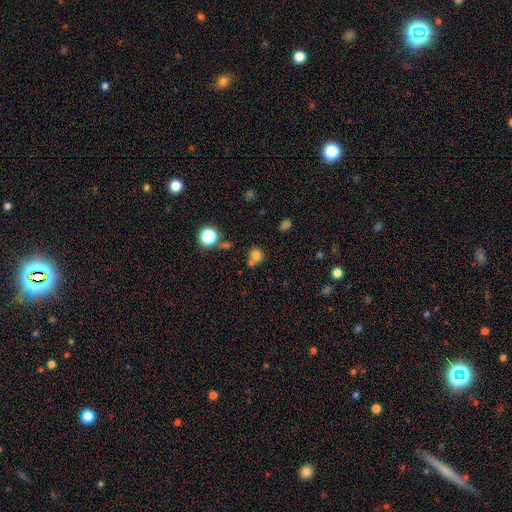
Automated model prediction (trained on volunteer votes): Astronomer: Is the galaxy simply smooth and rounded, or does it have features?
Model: smooth — 75%.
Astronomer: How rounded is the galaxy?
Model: round — 82%.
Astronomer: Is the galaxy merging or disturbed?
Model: none — 54% (runner-up: merger, 30%).